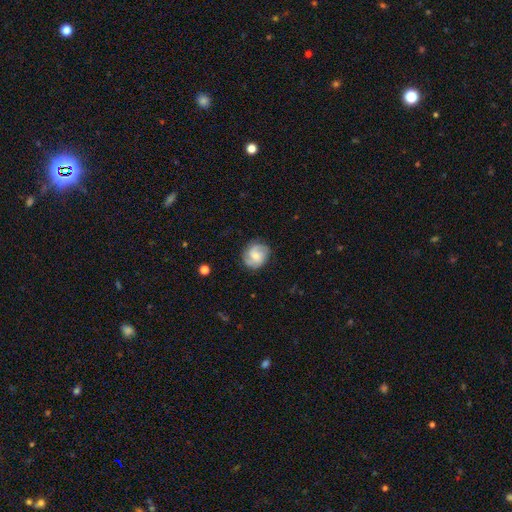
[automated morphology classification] Smooth or featured: featured or disk — 64% (smooth — 29%)
Edge-on disk: no — 98% (yes — 2%)
Bar: no — 54% (weak — 38%)
Spiral arms: yes — 92% (no — 8%)
Spiral winding: medium — 43% (tight — 41%)
Spiral arm count: 2 — 57% (3 — 19%)
Bulge size: small — 47% (moderate — 46%)
Merging: none — 79% (minor disturbance — 15%)